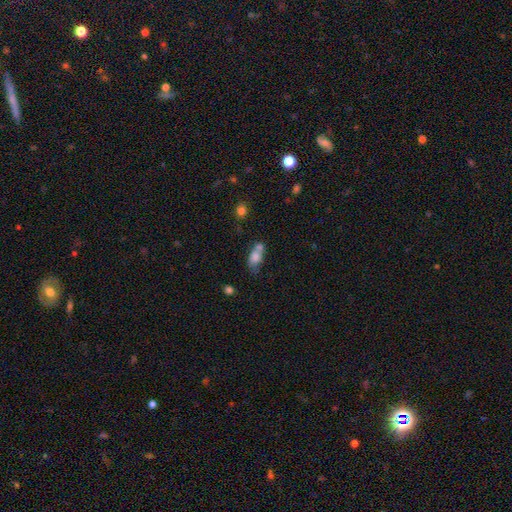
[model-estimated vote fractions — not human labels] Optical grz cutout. It shows a smooth galaxy with no disk features (75%) that is in between round and cigar-shaped (80%). Merging: merger (44%).